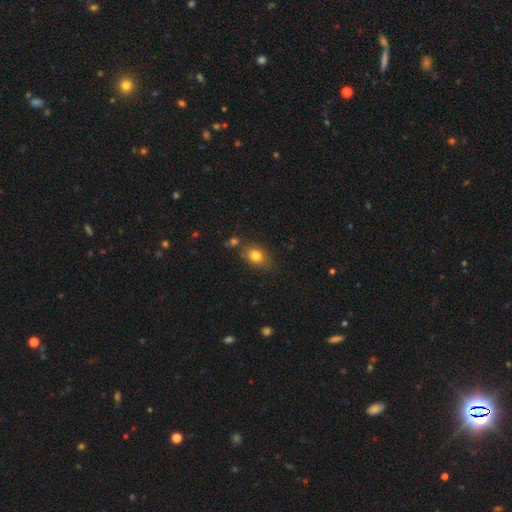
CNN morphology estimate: A smooth galaxy with no disk features (81%) that is in between round and cigar-shaped (66%).

Vote fractions:
- Smooth or featured? smooth: 81% / star or artifact: 10% / featured or disk: 9%
- How rounded? in between: 66% / round: 32% / cigar-shaped: 2%
- Merging? none: 68% / minor disturbance: 19% / merger: 8% / major disturbance: 5%